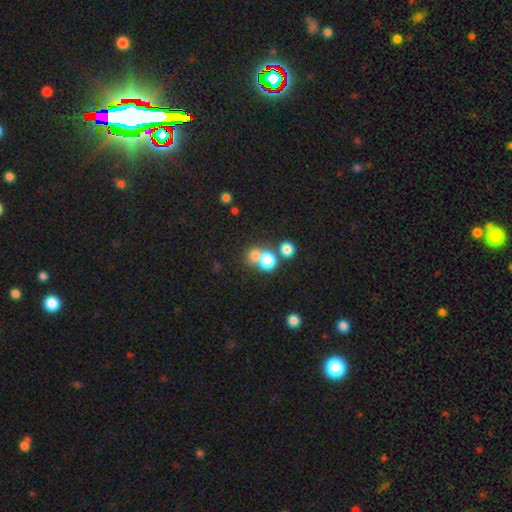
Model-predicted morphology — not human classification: smooth 75%, star or artifact 14%, featured or disk 11%. Down the decision tree: how rounded — round (81%); merging — merger (51%).